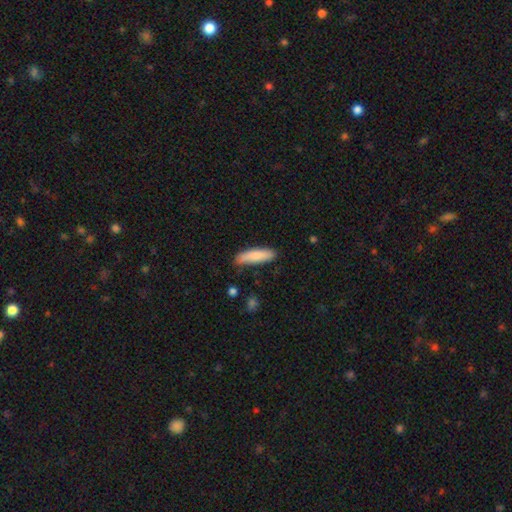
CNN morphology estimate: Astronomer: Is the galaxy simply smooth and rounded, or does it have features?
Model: smooth — 84%.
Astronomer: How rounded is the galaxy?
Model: cigar-shaped — 66%.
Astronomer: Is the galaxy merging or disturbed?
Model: none — 82%.